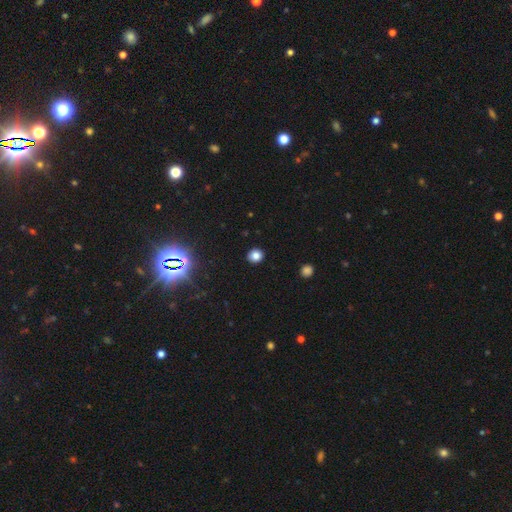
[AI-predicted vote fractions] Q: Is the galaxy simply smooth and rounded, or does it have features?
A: smooth — 81%.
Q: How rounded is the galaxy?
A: round — 82%.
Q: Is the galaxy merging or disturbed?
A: none — 91%.